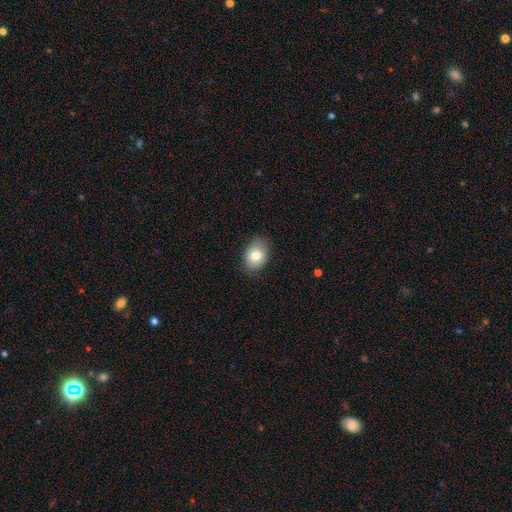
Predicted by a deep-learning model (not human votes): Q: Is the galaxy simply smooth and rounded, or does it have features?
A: smooth — 79%.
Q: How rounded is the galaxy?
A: in between — 72%.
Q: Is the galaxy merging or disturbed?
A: none — 83%.